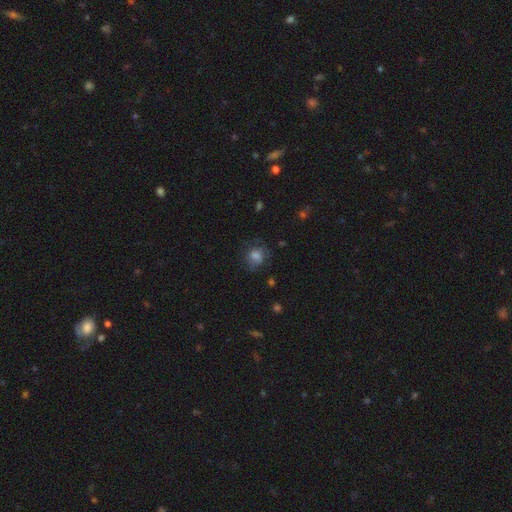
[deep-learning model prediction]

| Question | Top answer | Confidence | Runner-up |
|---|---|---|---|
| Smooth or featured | smooth | 64% | featured or disk (21%) |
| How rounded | round | 65% | in between (34%) |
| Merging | none | 60% | minor disturbance (23%) |